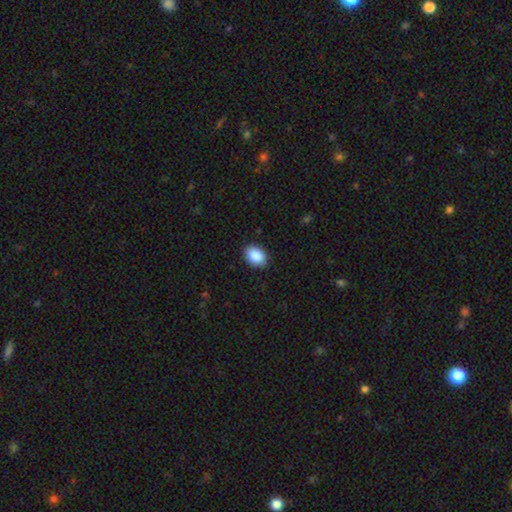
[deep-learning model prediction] This is clearly a smooth galaxy (90%). How rounded: clearly in between (81%). Merging: clearly none (88%).